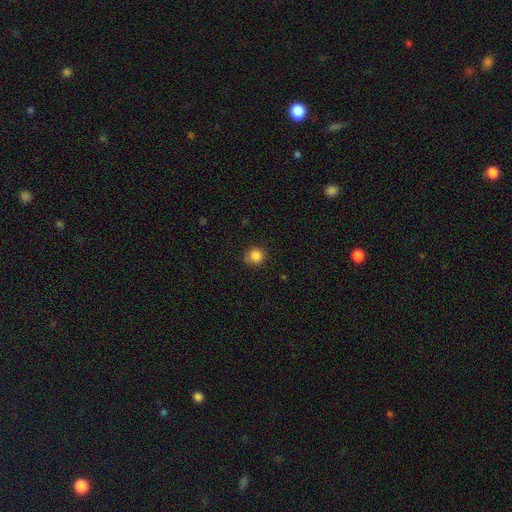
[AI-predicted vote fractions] Morphology: type=smooth (85%); roundness=round (89%); merging=none (81%).